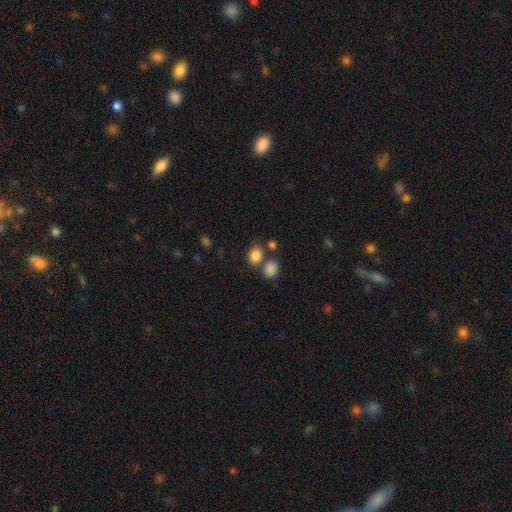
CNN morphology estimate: Smooth or featured: smooth — 84% (star or artifact — 11%)
How rounded: in between — 53% (round — 46%)
Merging: none — 62% (merger — 23%)